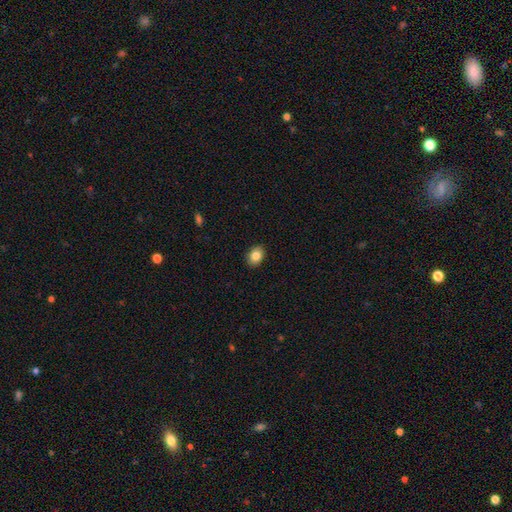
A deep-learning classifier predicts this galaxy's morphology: Smooth or featured? Predicted: smooth (p=0.85). How rounded? Predicted: in between (p=0.69). Merging? Predicted: none (p=0.89).